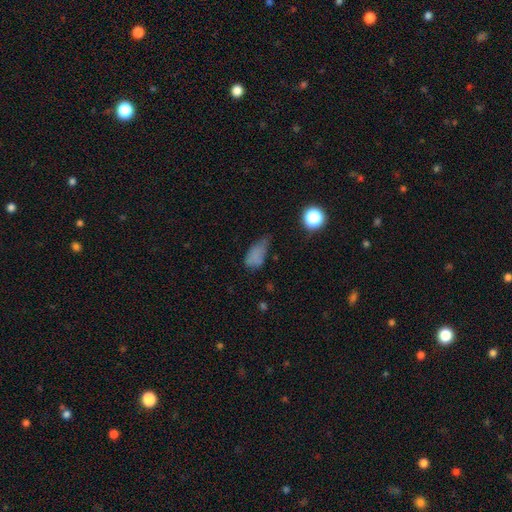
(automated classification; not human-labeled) The model was most divided on "merging": minor disturbance: 40%, none: 32%, major disturbance: 25%, merger: 4%. More confident: how rounded — in between (86%); smooth or featured — smooth (73%).